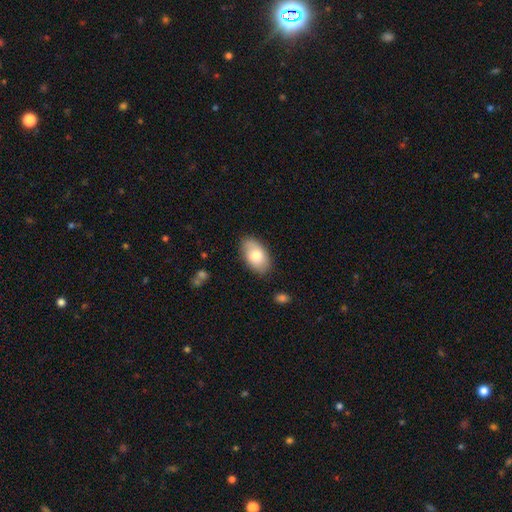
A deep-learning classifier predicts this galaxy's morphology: The model was most divided on "smooth or featured": smooth: 76%, featured or disk: 18%, star or artifact: 6%. More confident: how rounded — in between (94%); merging — none (82%).